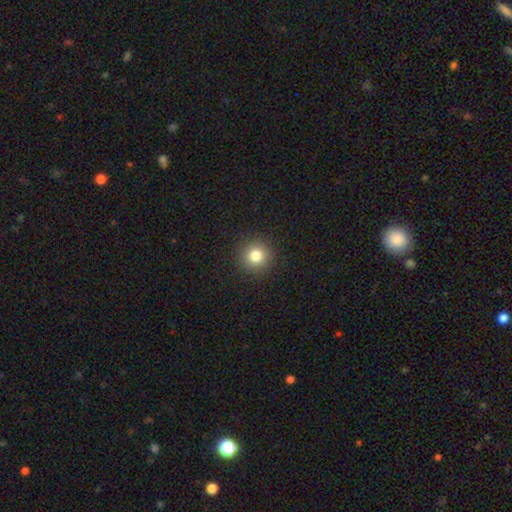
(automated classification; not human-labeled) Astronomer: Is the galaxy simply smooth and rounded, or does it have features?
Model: smooth — 80%.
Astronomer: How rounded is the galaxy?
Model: round — 95%.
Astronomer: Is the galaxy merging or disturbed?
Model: none — 92%.